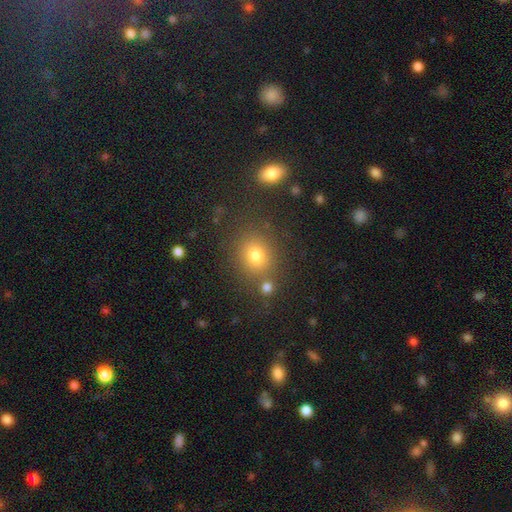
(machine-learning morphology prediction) A smooth galaxy with no disk features (76%) that is round (70%).

Vote fractions:
- Smooth or featured? smooth: 76% / star or artifact: 16% / featured or disk: 9%
- How rounded? round: 70% / in between: 29% / cigar-shaped: 1%
- Merging? none: 78% / minor disturbance: 10% / merger: 9% / major disturbance: 4%